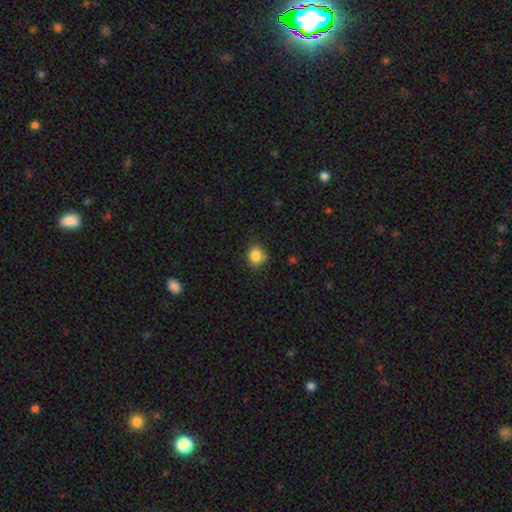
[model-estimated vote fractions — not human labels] smooth-or-featured: smooth: 85% | star or artifact: 10% | featured or disk: 5%
  how-rounded: round: 86% | in between: 14% | cigar-shaped: 1%
  merging: none: 77% | minor disturbance: 18% | major disturbance: 3% | merger: 2%